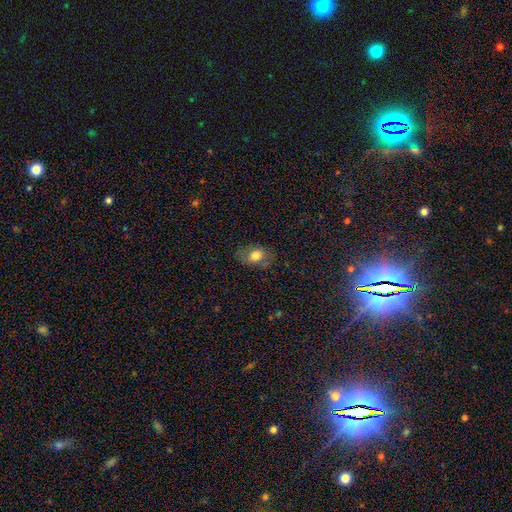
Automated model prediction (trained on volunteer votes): The model was most divided on "merging": none: 74%, minor disturbance: 19%, major disturbance: 6%, merger: 1%. More confident: how rounded — in between (80%); smooth or featured — smooth (74%).